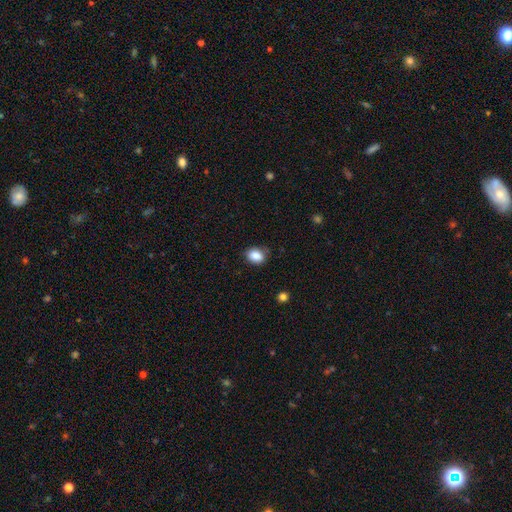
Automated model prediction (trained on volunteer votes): smooth_or_featured: smooth (p=0.86) [alt: star or artifact p=0.09]
how_rounded: in between (p=0.55) [alt: round p=0.44]
merging: none (p=0.76) [alt: minor disturbance p=0.19]